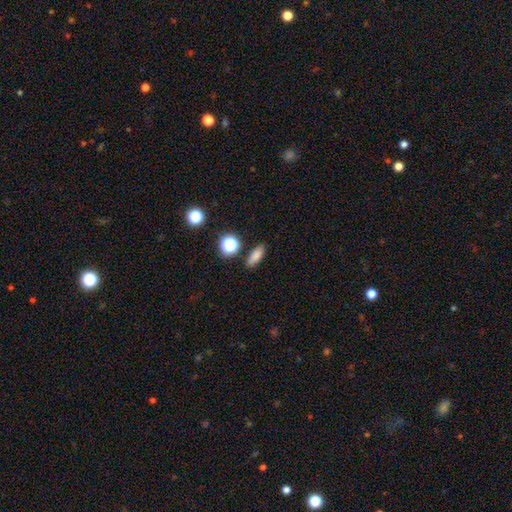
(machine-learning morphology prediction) smooth_or_featured: smooth (p=0.80) [alt: star or artifact p=0.13]
how_rounded: in between (p=0.63) [alt: cigar-shaped p=0.27]
merging: none (p=0.86) [alt: minor disturbance p=0.09]